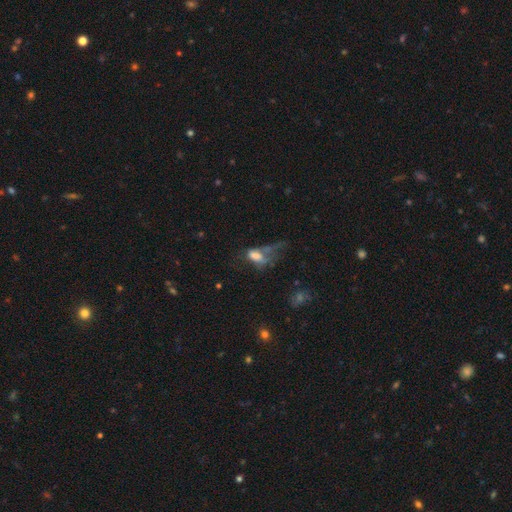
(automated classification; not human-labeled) Smooth or featured?
  - smooth: 57% *
  - featured or disk: 30%
  - star or artifact: 13%
How rounded?
  - in between: 86% *
  - round: 7%
  - cigar-shaped: 7%
Merging?
  - major disturbance: 57% *
  - none: 17%
  - minor disturbance: 15%
  - merger: 11%